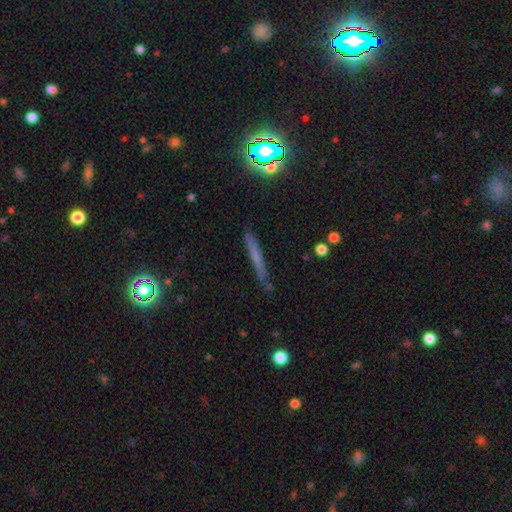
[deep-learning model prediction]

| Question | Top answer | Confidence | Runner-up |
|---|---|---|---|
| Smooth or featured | smooth | 50% | featured or disk (35%) |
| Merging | none | 81% | minor disturbance (14%) |